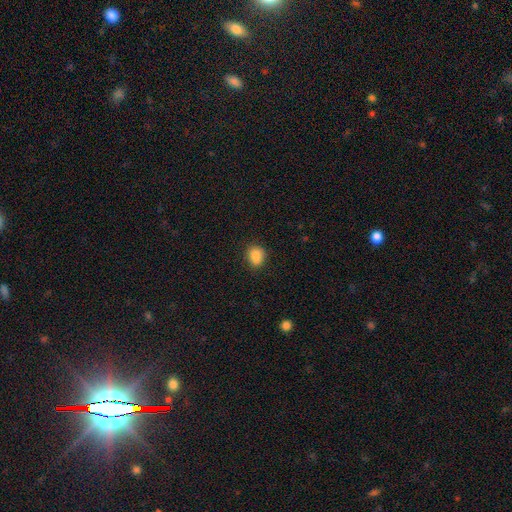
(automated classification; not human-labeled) This is clearly a smooth galaxy (85%). How rounded: possibly round (52%). Merging: likely none (76%).